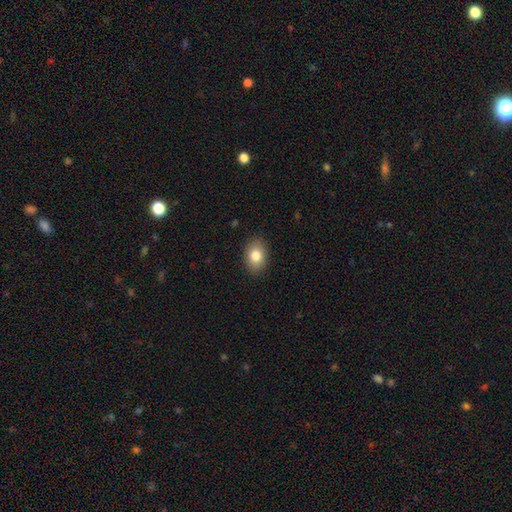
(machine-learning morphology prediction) Smooth or featured? smooth (83%)
How rounded? in between (79%)
Merging? none (89%)